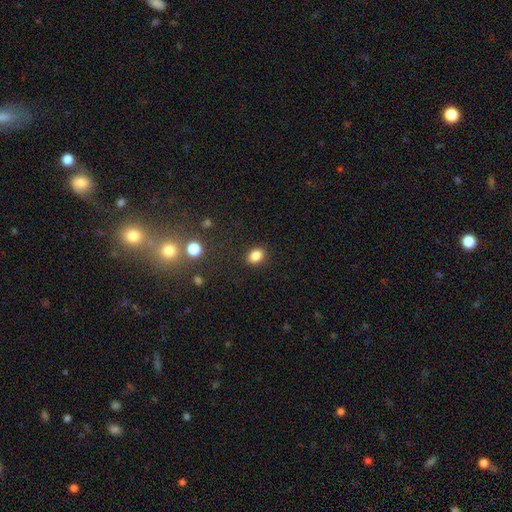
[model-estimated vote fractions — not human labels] Smooth or featured: smooth — 84% (star or artifact — 11%)
How rounded: in between — 68% (round — 31%)
Merging: none — 87% (minor disturbance — 9%)